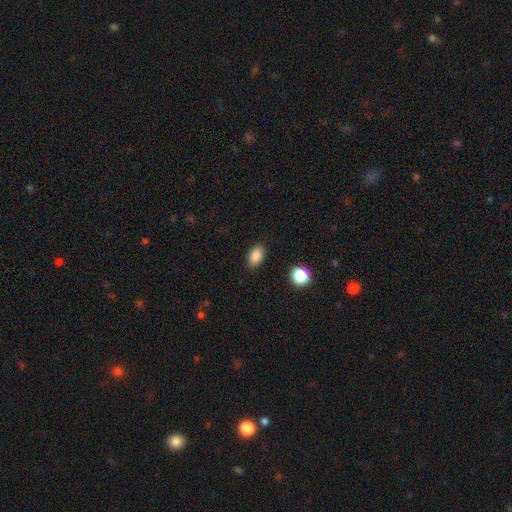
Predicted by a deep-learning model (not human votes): A smooth galaxy with no disk features (86%) that is in between round and cigar-shaped (90%). Merging: none (87%).